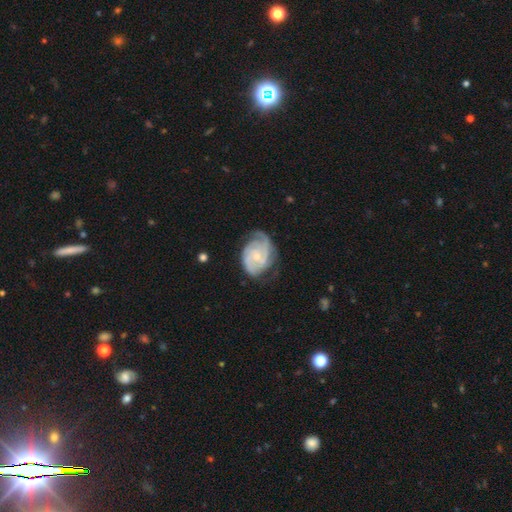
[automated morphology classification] The model was most divided on "spiral winding": tight: 55%, medium: 36%, loose: 9%. Remaining: edge-on disk — no (98%); spiral arms — yes (96%); smooth or featured — featured or disk (86%); bulge size — small (68%); bar — no (67%); merging — none (64%); spiral arm count — 2 (44%).